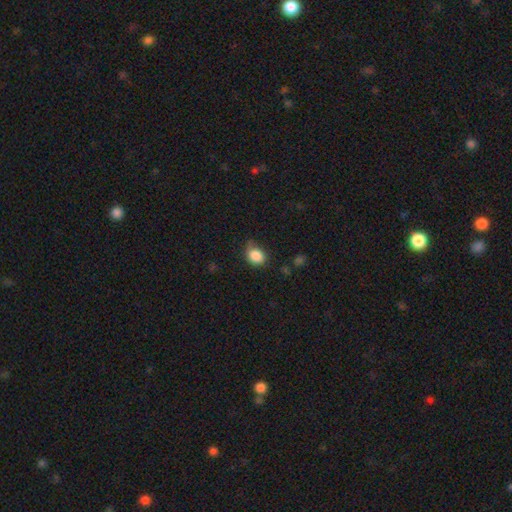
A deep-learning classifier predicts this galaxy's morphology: Smooth or featured? Predicted: smooth (p=0.86). How rounded? Predicted: in between (p=0.56). Merging? Predicted: none (p=0.60).